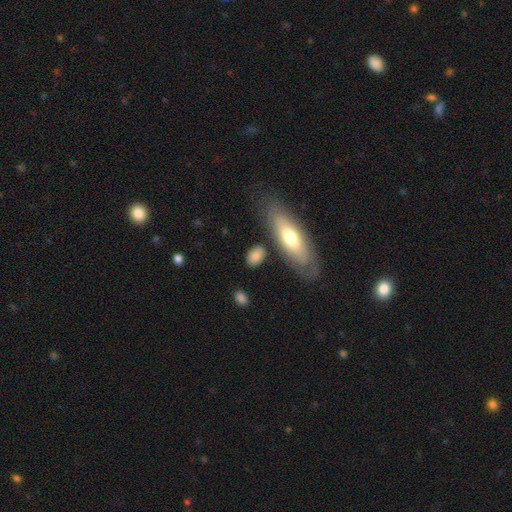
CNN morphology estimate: This is clearly a smooth galaxy (81%). How rounded: likely in between (79%). Merging: likely none (76%).